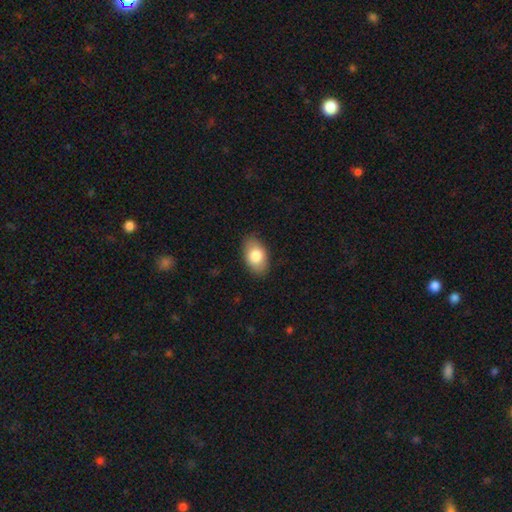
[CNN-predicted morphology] Smooth or featured? smooth (81%)
How rounded? in between (92%)
Merging? none (86%)